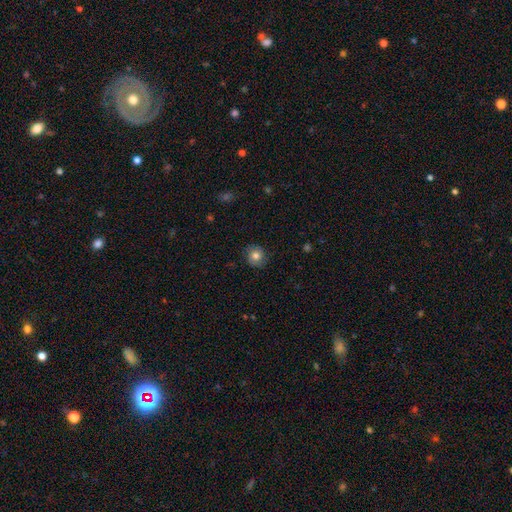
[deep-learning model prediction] A smooth galaxy with no disk features (78%) that is round (89%). Merging: none (85%).